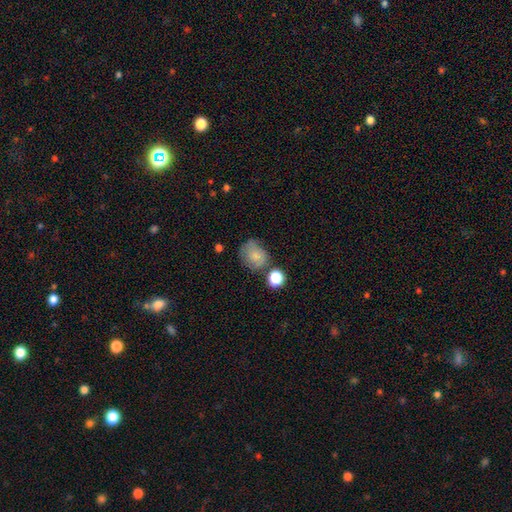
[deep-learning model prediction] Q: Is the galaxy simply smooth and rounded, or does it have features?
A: smooth — 73%.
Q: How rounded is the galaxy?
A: round — 66%.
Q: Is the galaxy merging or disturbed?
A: none — 51%.